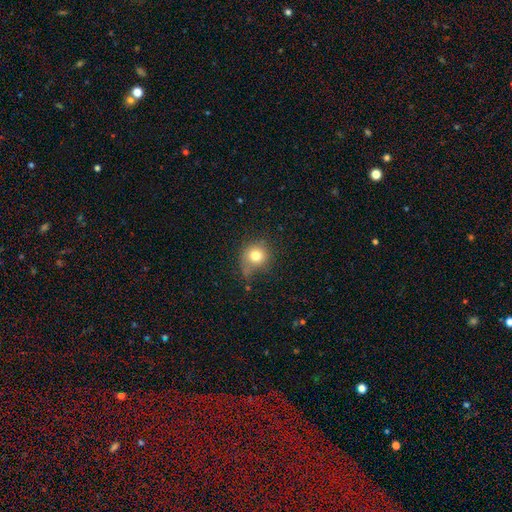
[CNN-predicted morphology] smooth-or-featured: smooth: 78% | star or artifact: 11% | featured or disk: 11%
  how-rounded: round: 85% | in between: 14% | cigar-shaped: 1%
  merging: none: 52% | minor disturbance: 31% | major disturbance: 12% | merger: 5%